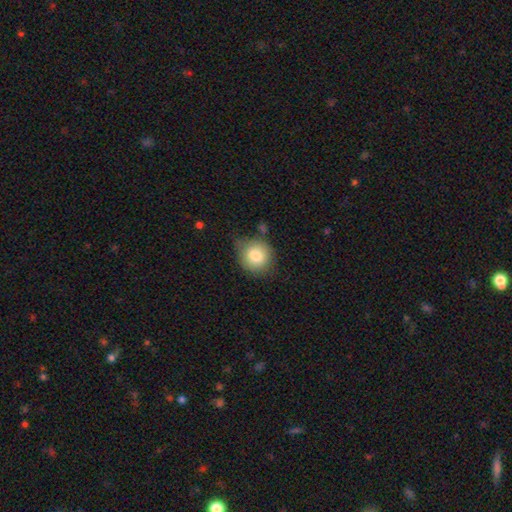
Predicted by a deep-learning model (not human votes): Smooth or featured: smooth — 82% (featured or disk — 10%)
How rounded: round — 85% (in between — 14%)
Merging: none — 67% (minor disturbance — 23%)